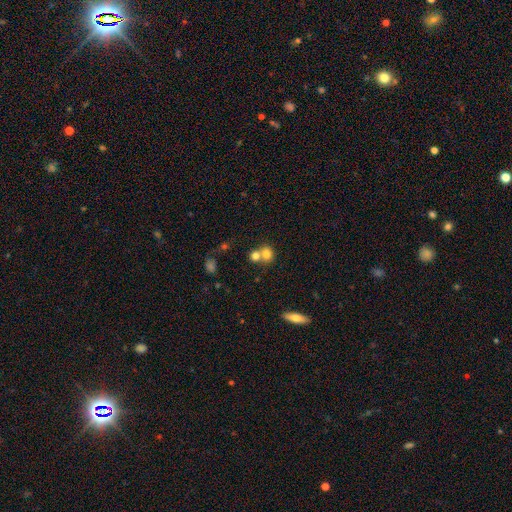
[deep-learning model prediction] Q: Smooth or featured?
A: smooth (76%); runner-up: featured or disk (13%)
Q: How rounded?
A: round (68%); runner-up: in between (30%)
Q: Merging?
A: merger (56%); runner-up: none (34%)